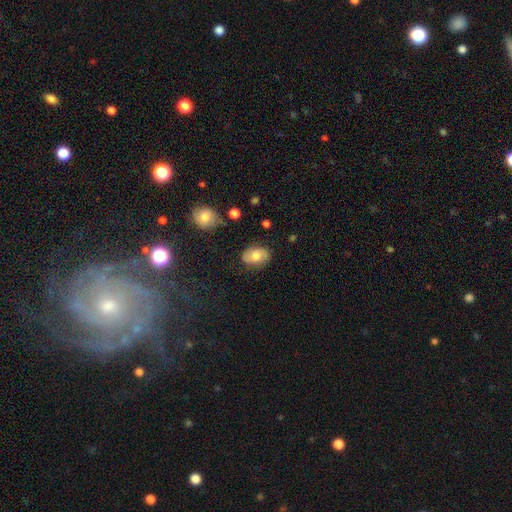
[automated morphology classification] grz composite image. It shows a smooth galaxy with no disk features (57%) that is in between round and cigar-shaped (78%). Merging: none (77%).